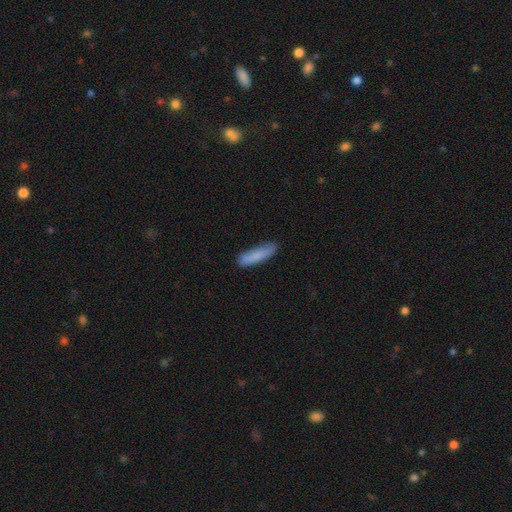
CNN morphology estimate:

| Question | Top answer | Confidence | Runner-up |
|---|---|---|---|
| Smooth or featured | smooth | 83% | featured or disk (11%) |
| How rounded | cigar-shaped | 79% | in between (19%) |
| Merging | none | 79% | minor disturbance (16%) |